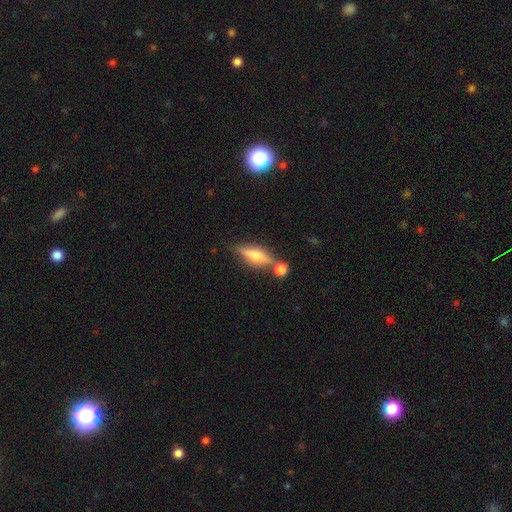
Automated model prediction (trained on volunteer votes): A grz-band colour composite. It shows a featured or disk galaxy (60%) viewed edge-on (93%) with a rounded central bulge (87%). Merging: none (69%).